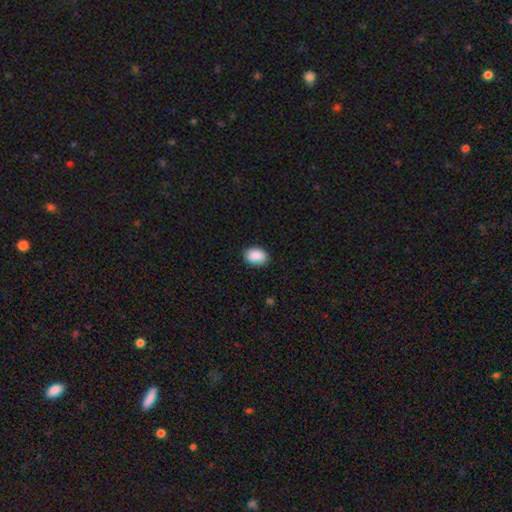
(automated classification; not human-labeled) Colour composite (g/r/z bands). It shows a smooth galaxy with no disk features (90%) that is in between round and cigar-shaped (79%). Merging: none (87%).